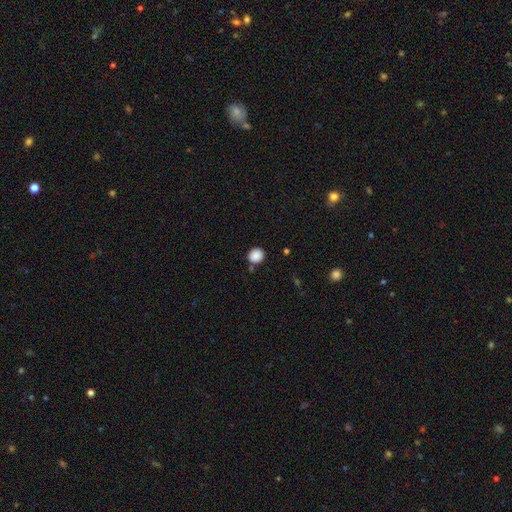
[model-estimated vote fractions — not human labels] The model was most divided on "how rounded": round: 81%, in between: 18%, cigar-shaped: 1%. More confident: smooth or featured — smooth (88%); merging — none (81%).